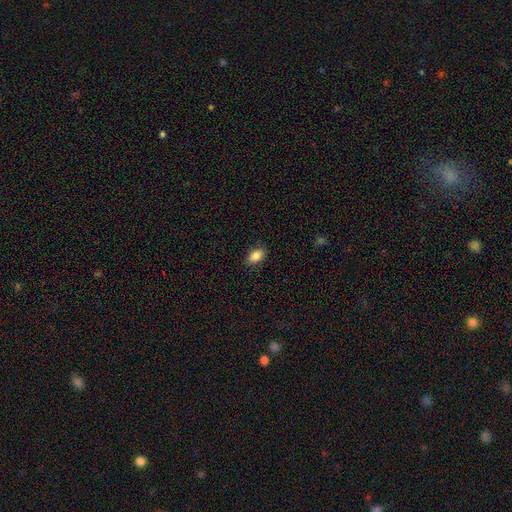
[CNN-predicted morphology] Q: Smooth or featured?
A: smooth (86%); runner-up: star or artifact (8%)
Q: How rounded?
A: in between (89%); runner-up: round (9%)
Q: Merging?
A: none (86%); runner-up: minor disturbance (11%)